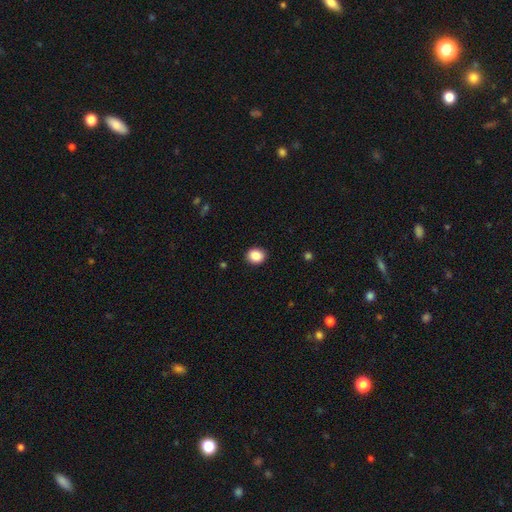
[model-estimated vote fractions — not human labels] Q: Smooth or featured?
A: smooth (87%); runner-up: star or artifact (9%)
Q: How rounded?
A: round (65%); runner-up: in between (34%)
Q: Merging?
A: none (91%); runner-up: minor disturbance (6%)